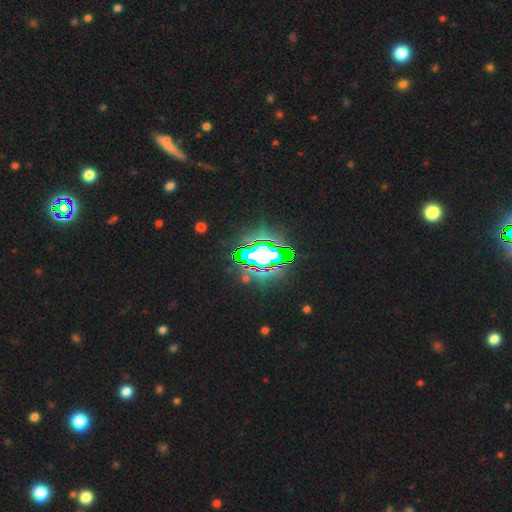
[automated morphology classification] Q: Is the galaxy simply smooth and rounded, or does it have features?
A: star or artifact — 72%.